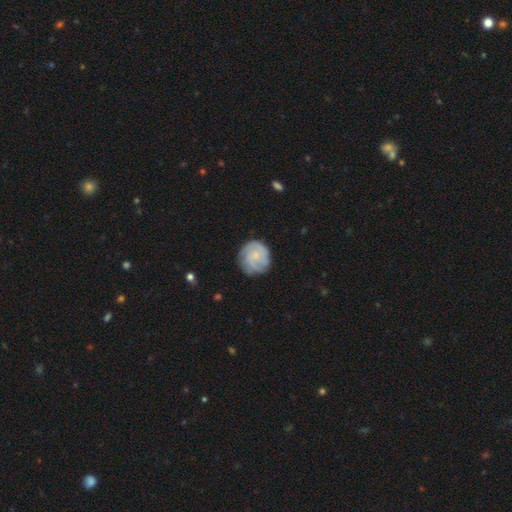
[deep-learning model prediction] smooth-or-featured: featured or disk: 60% | smooth: 34% | star or artifact: 6%
  disk-edge-on: no: 98% | yes: 2%
    bar: no: 78% | weak: 19% | strong: 3%
    has-spiral-arms: yes: 89% | no: 11%
      spiral-winding: tight: 61% | medium: 30% | loose: 9%
      spiral-arm-count: can't tell: 33% | 3: 29% | 2: 17% | 4: 10% | 1: 6% | more than 4: 6%
    bulge-size: small: 66% | none: 16% | moderate: 15% | large: 2% | dominant: 1%
  merging: none: 77% | minor disturbance: 17% | major disturbance: 5% | merger: 1%